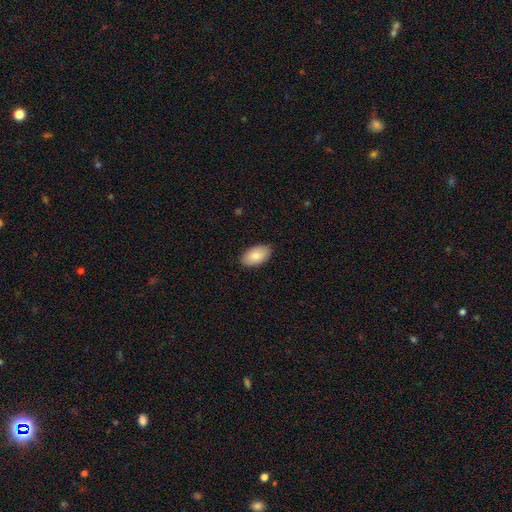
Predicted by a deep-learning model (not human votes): Smooth or featured: smooth — 84% (featured or disk — 10%)
How rounded: in between — 95% (round — 4%)
Merging: none — 87% (minor disturbance — 10%)